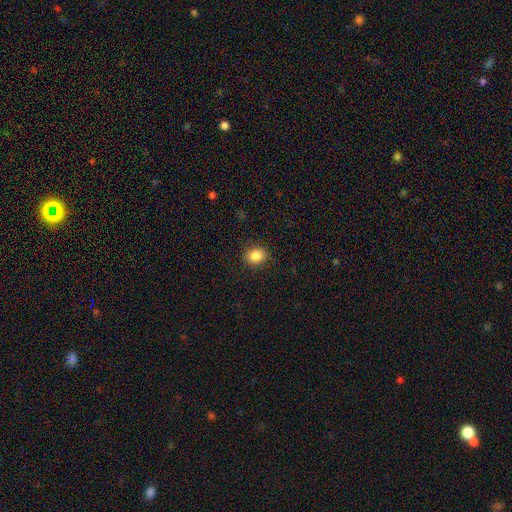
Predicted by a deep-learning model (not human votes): Morphology: type=smooth (86%); roundness=round (53%); merging=none (88%).